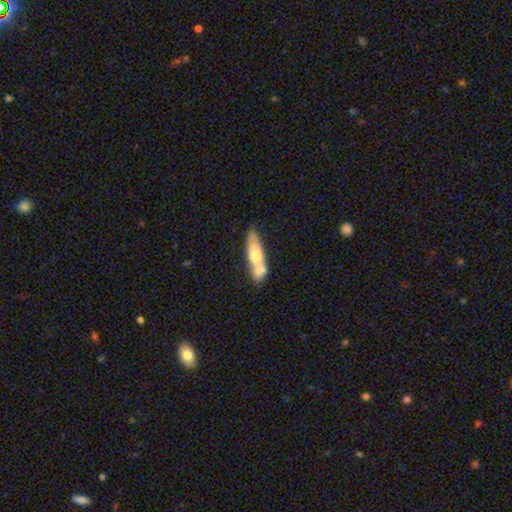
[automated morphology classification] This appears to be a smooth galaxy with no disk features (53%) that is cigar-shaped (60%). Merging: none (40%).